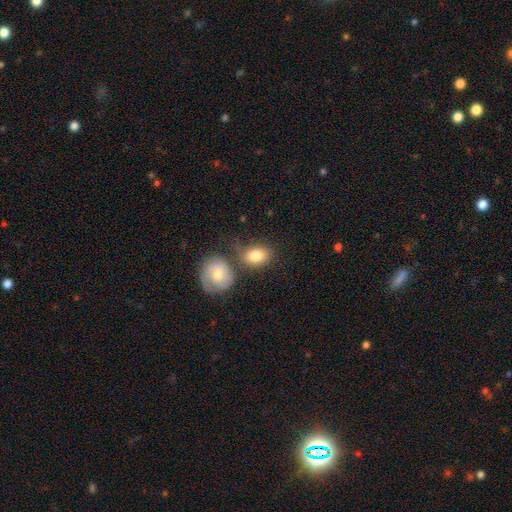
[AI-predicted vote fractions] Smooth or featured?
  - smooth: 80% *
  - featured or disk: 14%
  - star or artifact: 7%
How rounded?
  - in between: 68% *
  - round: 31%
  - cigar-shaped: 1%
Merging?
  - none: 54% *
  - merger: 23%
  - minor disturbance: 16%
  - major disturbance: 7%